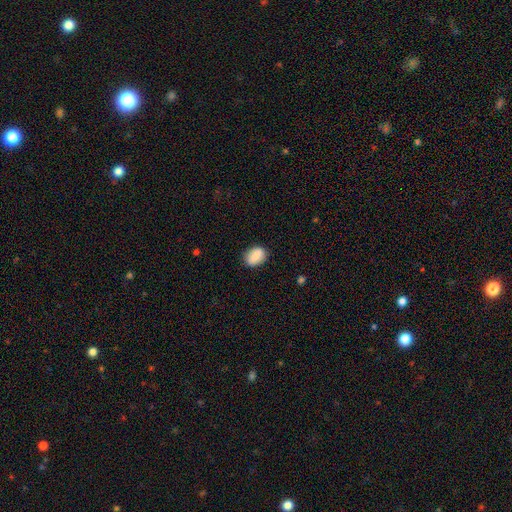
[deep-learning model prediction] A smooth galaxy with no disk features (86%) that is in between round and cigar-shaped (78%).

Vote fractions:
- Smooth or featured? smooth: 86% / star or artifact: 7% / featured or disk: 6%
- How rounded? in between: 78% / round: 20% / cigar-shaped: 2%
- Merging? none: 82% / minor disturbance: 13% / major disturbance: 3% / merger: 1%